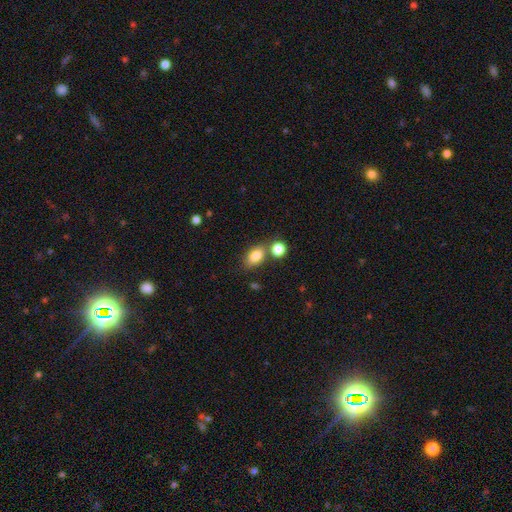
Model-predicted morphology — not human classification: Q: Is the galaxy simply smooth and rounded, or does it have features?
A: smooth — 83%.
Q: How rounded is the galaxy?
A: in between — 83%.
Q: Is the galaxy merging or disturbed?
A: none — 62%.